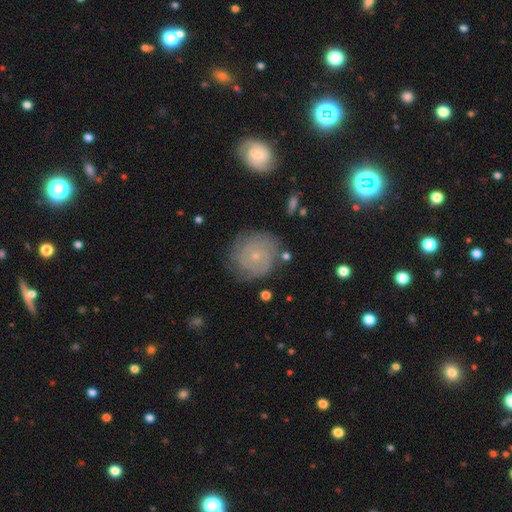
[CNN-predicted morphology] A featured or disk galaxy (71%) with no bar (81%), tight (76%) spiral arms (91%) and a small central bulge (82%).

Vote fractions:
- Smooth or featured? featured or disk: 71% / smooth: 20% / star or artifact: 9%
- Edge-on disk? no: 98% / yes: 2%
- Bar? no: 81% / weak: 17% / strong: 3%
- Spiral arms? yes: 91% / no: 9%
- Spiral winding? tight: 76% / medium: 19% / loose: 5%
- Spiral arm count? can't tell: 37% / 2: 28% / 3: 16% / 4: 8% / 1: 5% / more than 4: 5%
- Bulge size? small: 82% / moderate: 14% / none: 2% / large: 1% / dominant: 1%
- Merging? none: 76% / minor disturbance: 16% / major disturbance: 6% / merger: 2%